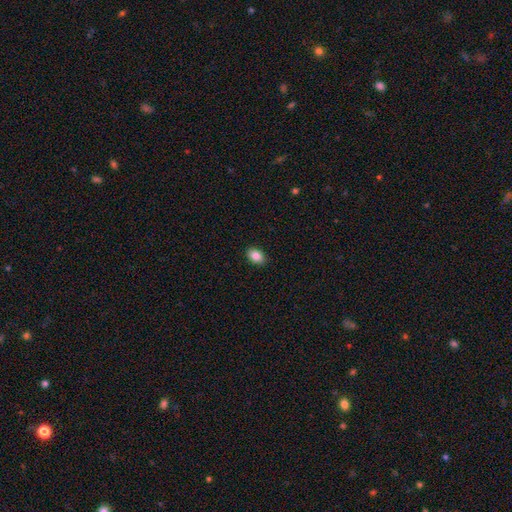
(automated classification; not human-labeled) The model was most divided on "how rounded": in between: 85%, round: 14%, cigar-shaped: 1%. More confident: merging — none (90%); smooth or featured — smooth (87%).